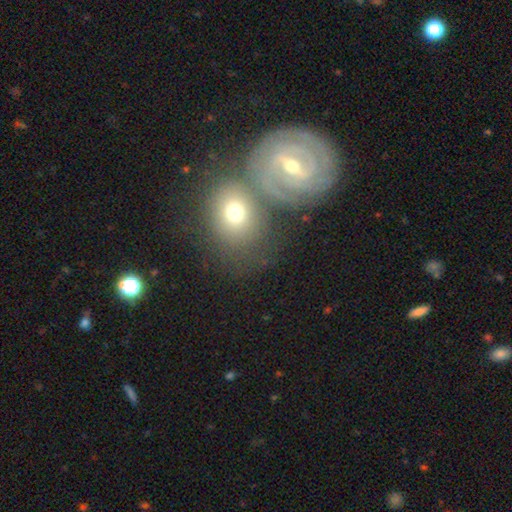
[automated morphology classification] smooth_or_featured: featured or disk (p=0.54) [alt: smooth p=0.32]
disk_edge_on: no (p=0.92) [alt: yes p=0.08]
merging: none (p=0.50) [alt: merger p=0.38]